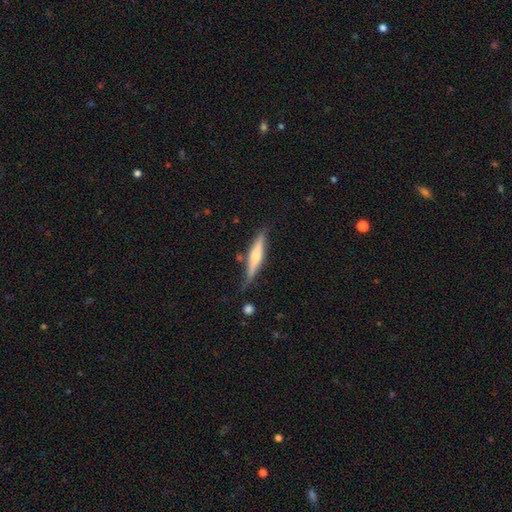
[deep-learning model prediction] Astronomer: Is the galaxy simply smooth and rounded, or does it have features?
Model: featured or disk — 56% (runner-up: smooth, 39%).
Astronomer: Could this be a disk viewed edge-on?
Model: yes — 95%.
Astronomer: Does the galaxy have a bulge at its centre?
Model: rounded — 80%.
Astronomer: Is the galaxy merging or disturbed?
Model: none — 73%.